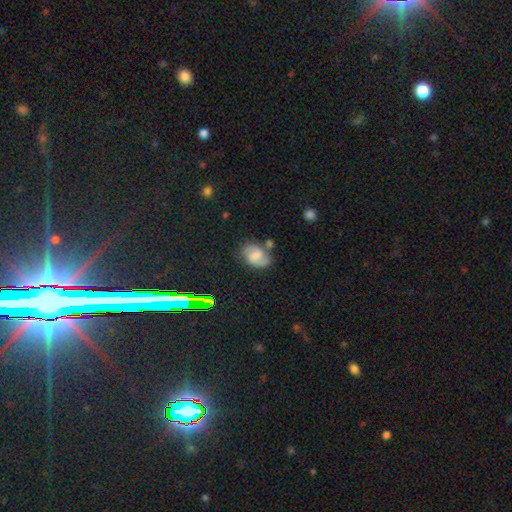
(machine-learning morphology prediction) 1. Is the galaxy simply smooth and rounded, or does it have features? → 53% featured or disk, 35% smooth, 12% star or artifact.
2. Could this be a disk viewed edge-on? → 97% no, 3% yes.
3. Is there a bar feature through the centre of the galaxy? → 52% weak, 29% no, 18% strong.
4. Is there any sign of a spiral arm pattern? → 85% yes, 15% no.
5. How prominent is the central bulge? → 34% moderate, 31% small, 22% none, 10% large, 2% dominant.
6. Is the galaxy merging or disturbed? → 63% none, 20% minor disturbance, 10% merger, 7% major disturbance.